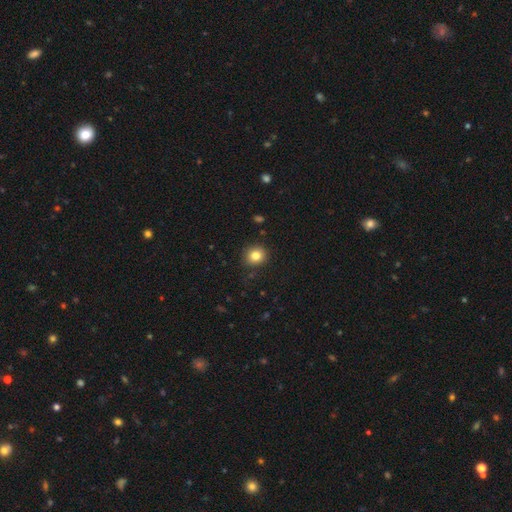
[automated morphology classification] smooth-or-featured: smooth: 82% | star or artifact: 11% | featured or disk: 7%
  how-rounded: round: 84% | in between: 16% | cigar-shaped: 1%
  merging: none: 88% | minor disturbance: 9% | major disturbance: 2% | merger: 1%